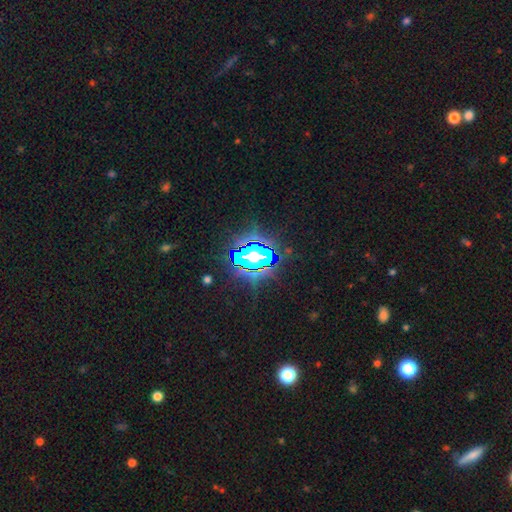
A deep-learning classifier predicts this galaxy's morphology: This appears to be a star or artifact, not a galaxy (69%).